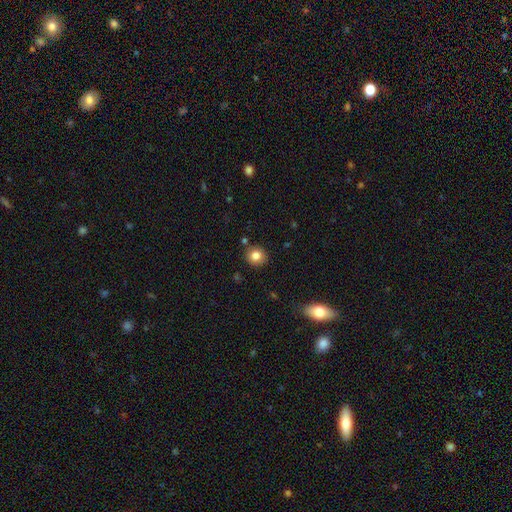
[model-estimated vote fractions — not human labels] Smooth or featured: smooth — 82% (star or artifact — 10%)
How rounded: round — 84% (in between — 15%)
Merging: none — 87% (minor disturbance — 8%)